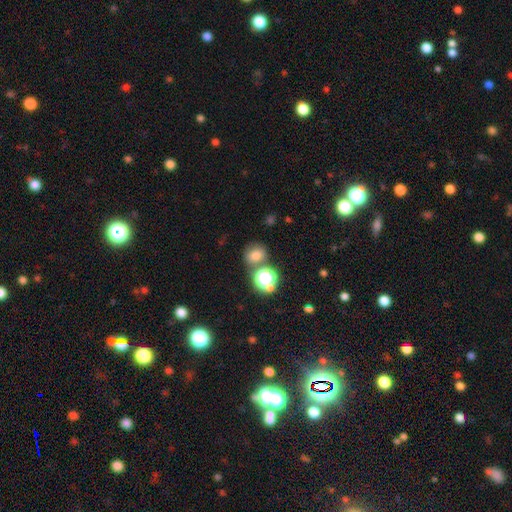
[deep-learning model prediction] The model was most divided on "how rounded": round: 67%, in between: 32%, cigar-shaped: 1%. More confident: smooth or featured — smooth (70%); merging — none (66%).